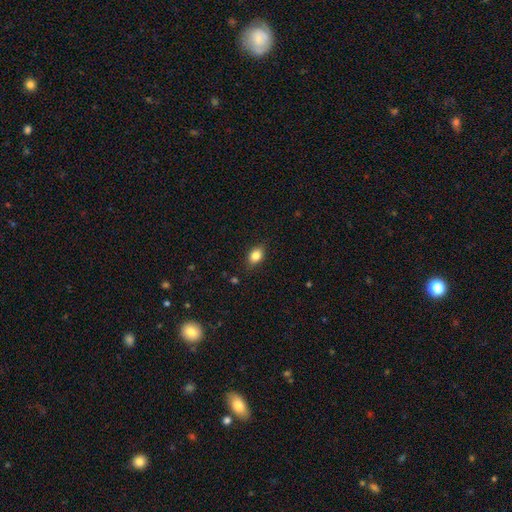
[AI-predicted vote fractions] Smooth or featured? smooth (84%)
How rounded? in between (79%)
Merging? none (86%)